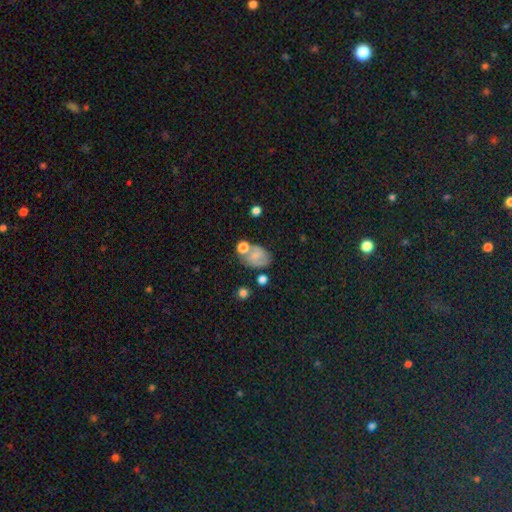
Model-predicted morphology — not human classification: type=smooth (62%); roundness=in between (66%); merging=none (45%).